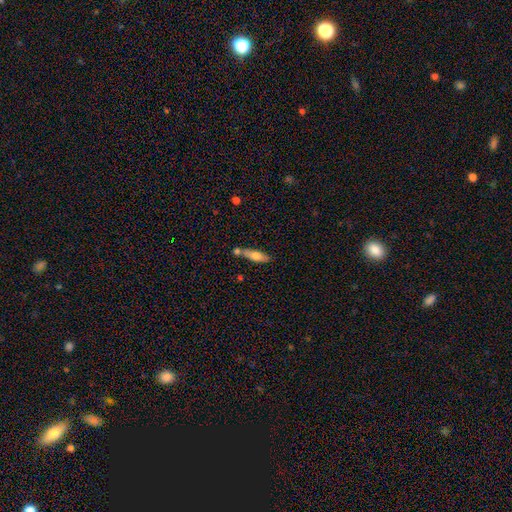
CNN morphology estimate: type=smooth (64%); roundness=cigar-shaped (51%); merging=none (57%).